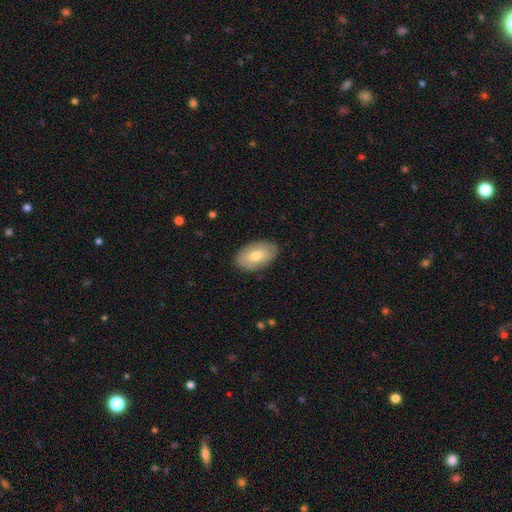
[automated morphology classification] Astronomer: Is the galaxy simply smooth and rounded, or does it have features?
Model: smooth — 68%.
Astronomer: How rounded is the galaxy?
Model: in between — 93%.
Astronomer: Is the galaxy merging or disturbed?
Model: none — 85%.